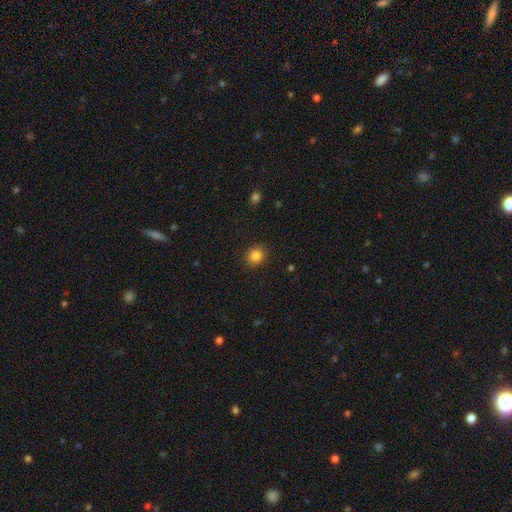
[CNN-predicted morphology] This appears to be a smooth galaxy with no disk features (84%) that is round (83%). Merging: none (90%).